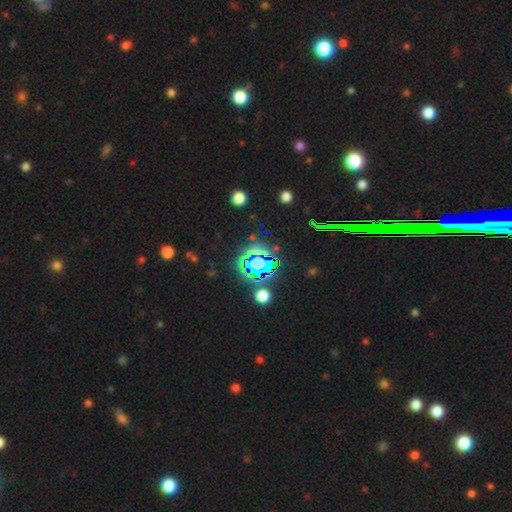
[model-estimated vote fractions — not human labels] Smooth or featured?
  - star or artifact: 70% *
  - smooth: 19%
  - featured or disk: 11%